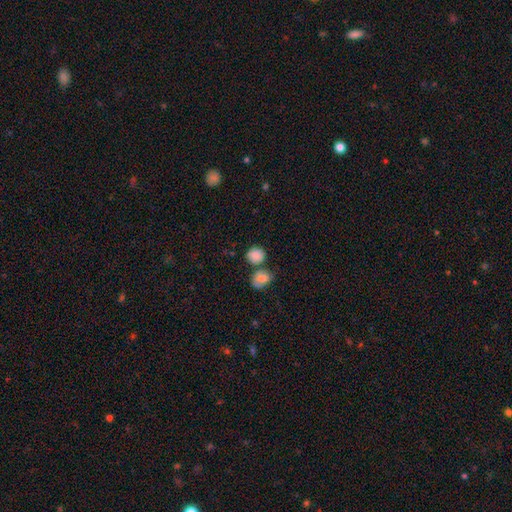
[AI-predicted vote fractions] Morphology: type=smooth (86%); roundness=round (72%); merging=none (58%).